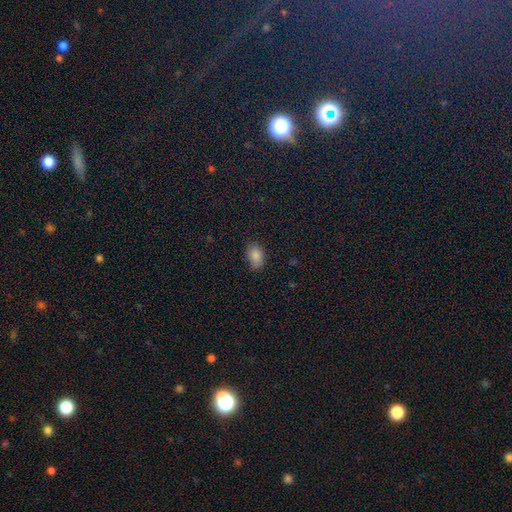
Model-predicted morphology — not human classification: Q: Smooth or featured?
A: smooth (86%); runner-up: star or artifact (9%)
Q: How rounded?
A: in between (85%); runner-up: round (13%)
Q: Merging?
A: none (74%); runner-up: minor disturbance (21%)